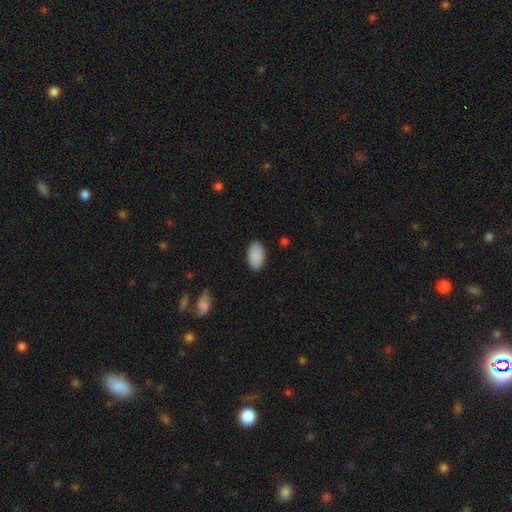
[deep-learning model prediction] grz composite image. It shows a smooth galaxy with no disk features (90%) that is in between round and cigar-shaped (94%). Merging: none (88%).